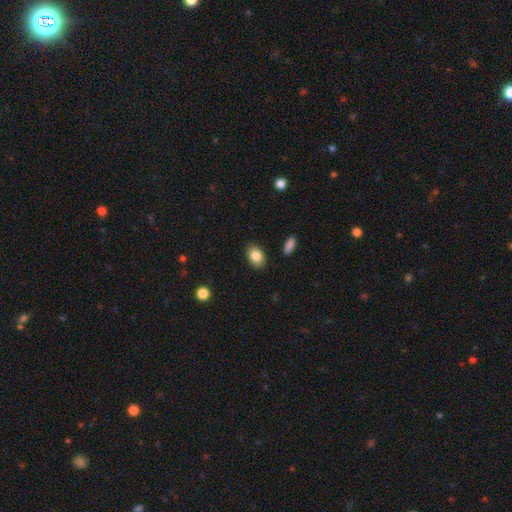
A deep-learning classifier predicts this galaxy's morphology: smooth 85%, star or artifact 8%, featured or disk 8%. Down the decision tree: how rounded — in between (83%); merging — none (87%).